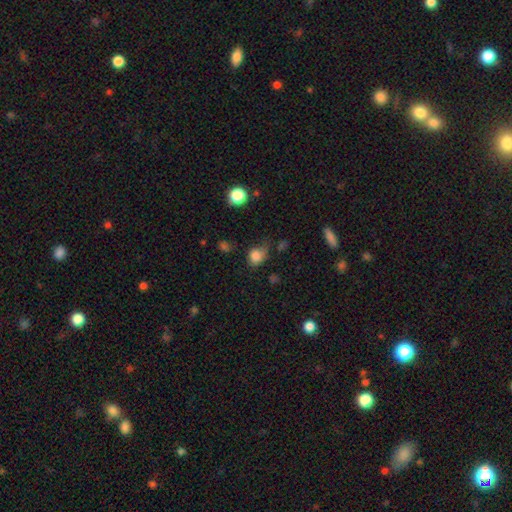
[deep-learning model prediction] Q: Smooth or featured?
A: smooth (81%); runner-up: star or artifact (13%)
Q: How rounded?
A: round (57%); runner-up: in between (41%)
Q: Merging?
A: none (48%); runner-up: minor disturbance (33%)